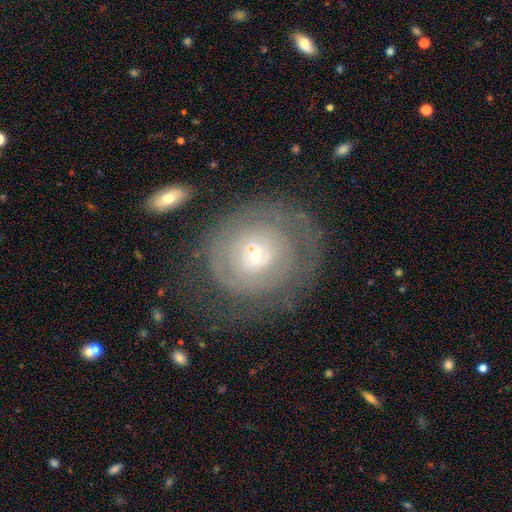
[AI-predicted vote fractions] The model was most divided on "spiral arms": yes: 62%, no: 38%. More confident: edge-on disk — no (97%); bar — no (82%); bulge size — small (76%); smooth or featured — featured or disk (68%); merging — none (64%).